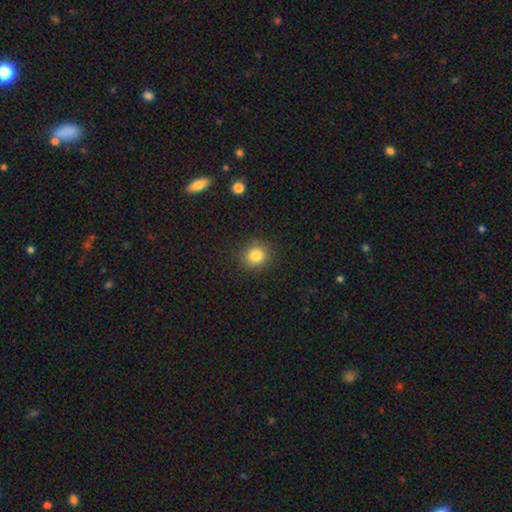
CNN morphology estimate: Smooth or featured? smooth (83%)
How rounded? round (86%)
Merging? none (89%)